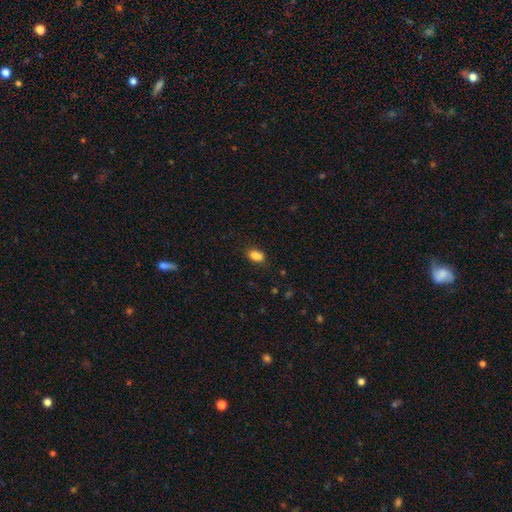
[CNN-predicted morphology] A smooth galaxy with no disk features (85%) that is in between round and cigar-shaped (85%). Merging: none (73%).